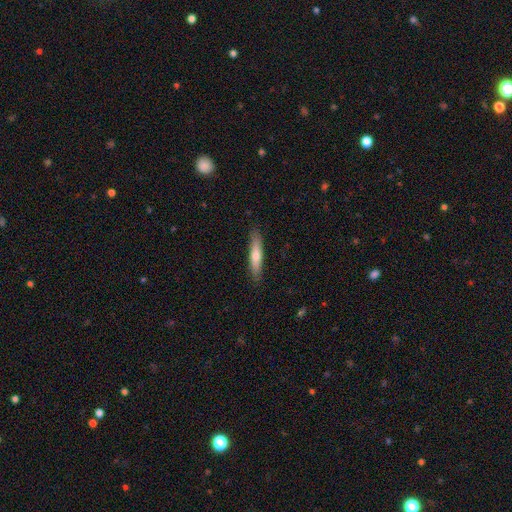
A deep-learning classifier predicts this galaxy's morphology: type=smooth (61%); roundness=cigar-shaped (89%); merging=none (88%).